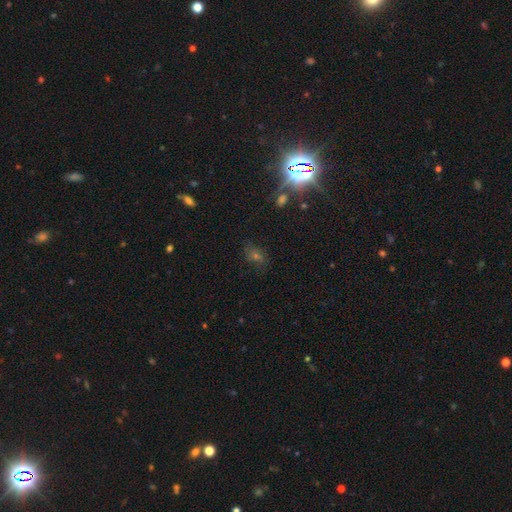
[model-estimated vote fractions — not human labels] smooth_or_featured: star or artifact (p=0.53) [alt: smooth p=0.29]